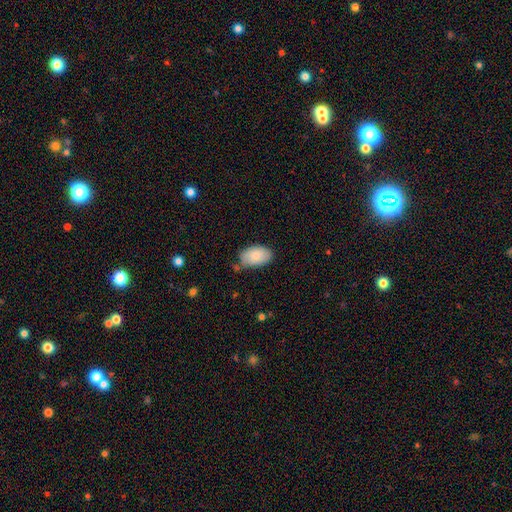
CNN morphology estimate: A smooth galaxy with no disk features (84%) that is in between round and cigar-shaped (94%).

Vote fractions:
- Smooth or featured? smooth: 84% / featured or disk: 9% / star or artifact: 7%
- How rounded? in between: 94% / round: 5% / cigar-shaped: 1%
- Merging? none: 71% / minor disturbance: 22% / major disturbance: 4% / merger: 4%